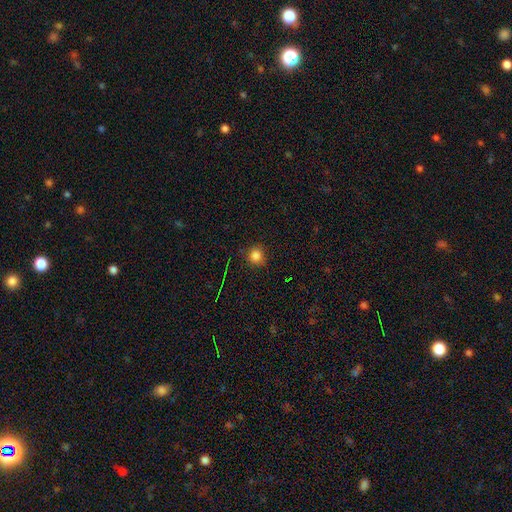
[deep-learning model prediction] Smooth or featured: smooth — 82% (star or artifact — 14%)
How rounded: round — 90% (in between — 9%)
Merging: none — 84% (minor disturbance — 12%)